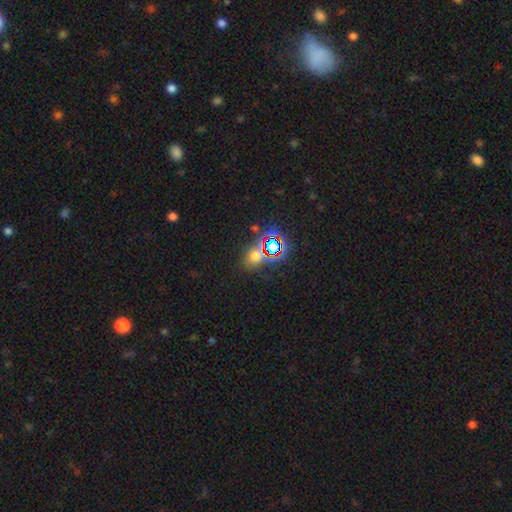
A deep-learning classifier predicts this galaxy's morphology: A star or artifact, not a galaxy (46%).